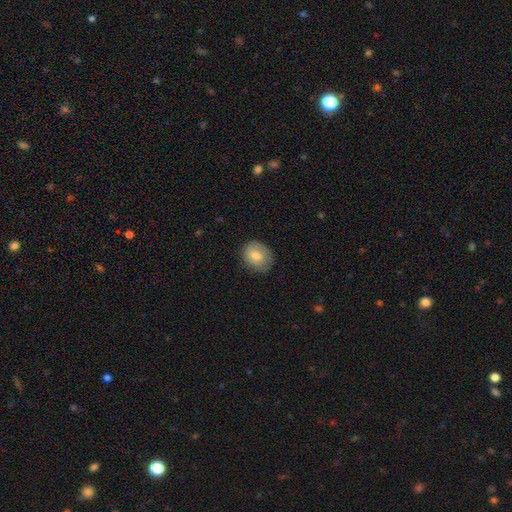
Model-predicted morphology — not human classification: smooth-or-featured: smooth: 69% | featured or disk: 24% | star or artifact: 8%
  how-rounded: round: 53% | in between: 46% | cigar-shaped: 1%
  merging: none: 76% | minor disturbance: 19% | major disturbance: 5% | merger: 1%